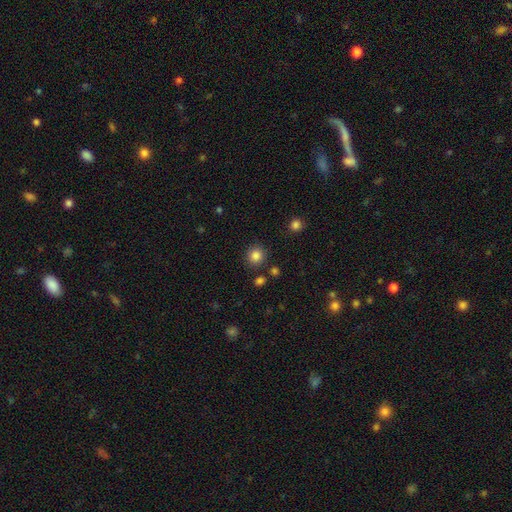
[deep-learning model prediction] smooth_or_featured: smooth (p=0.84) [alt: star or artifact p=0.11]
how_rounded: round (p=0.92) [alt: in between p=0.07]
merging: none (p=0.87) [alt: minor disturbance p=0.07]